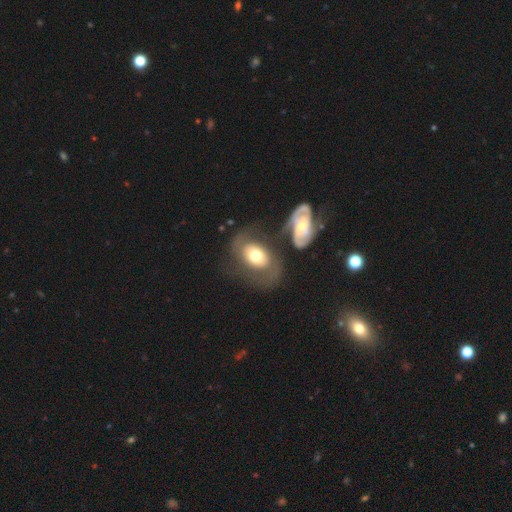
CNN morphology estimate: Smooth or featured? Predicted: featured or disk (p=0.49). Merging? Predicted: none (p=0.44).